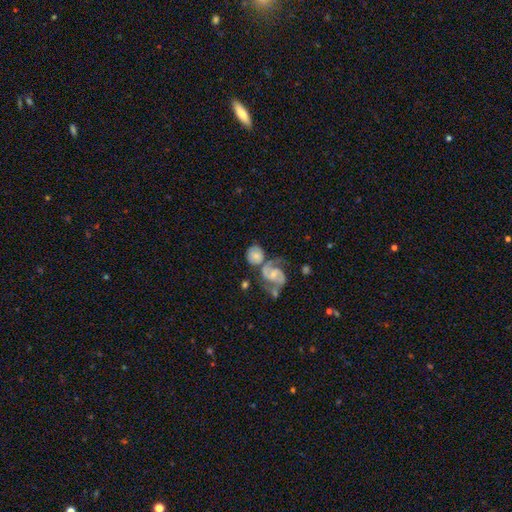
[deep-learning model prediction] Overall: featured or disk (55%; smooth 37%). Edge-on disk: no (96%). Bar: no (58%; weak 33%). Spiral arms: yes (88%). Bulge size: small (48%; moderate 42%). Merging: merger (39%, tied with none).